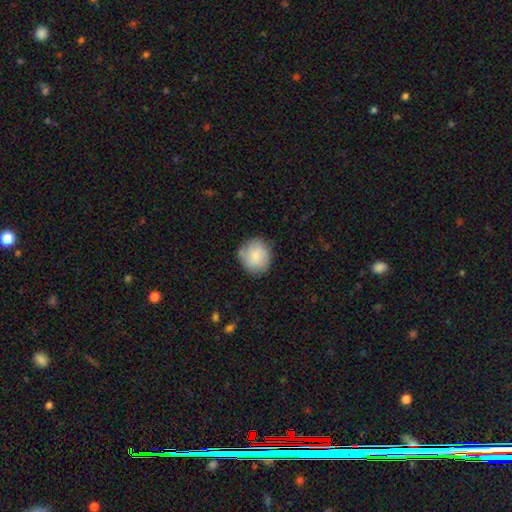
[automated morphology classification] smooth 76%, featured or disk 17%, star or artifact 7%. Down the decision tree: how rounded — round (85%); merging — none (77%).